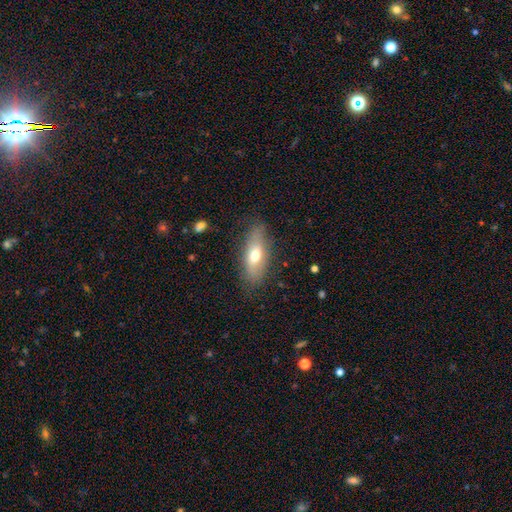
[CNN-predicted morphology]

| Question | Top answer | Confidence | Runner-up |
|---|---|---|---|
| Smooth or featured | smooth | 63% | featured or disk (30%) |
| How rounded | in between | 69% | cigar-shaped (27%) |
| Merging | none | 78% | minor disturbance (16%) |